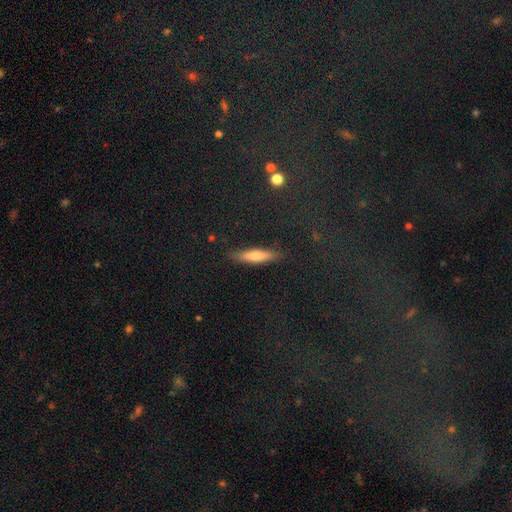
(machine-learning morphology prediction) Q: Smooth or featured?
A: smooth (59%); runner-up: featured or disk (33%)
Q: How rounded?
A: cigar-shaped (80%); runner-up: in between (18%)
Q: Merging?
A: none (88%); runner-up: minor disturbance (9%)